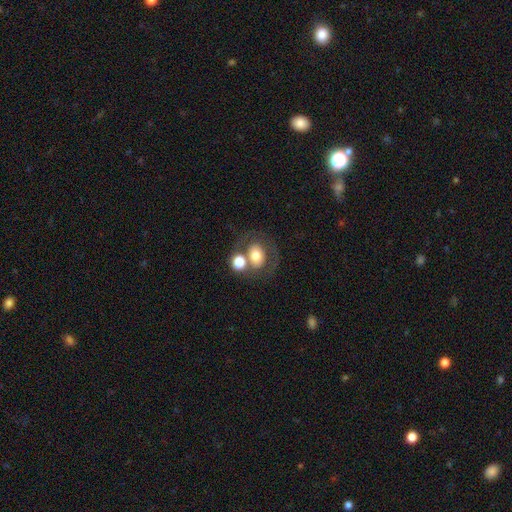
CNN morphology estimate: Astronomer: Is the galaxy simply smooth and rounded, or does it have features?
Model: smooth — 61%.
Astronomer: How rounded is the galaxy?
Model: round — 56% (runner-up: in between, 43%).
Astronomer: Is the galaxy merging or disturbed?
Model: none — 44% (runner-up: merger, 36%).